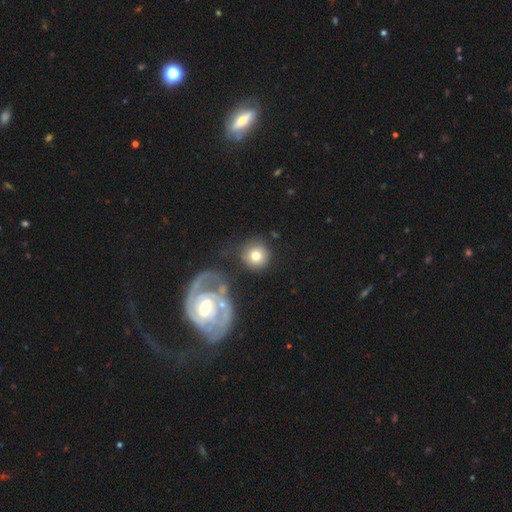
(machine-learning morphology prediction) Smooth or featured?
  - smooth: 72% *
  - featured or disk: 20%
  - star or artifact: 8%
How rounded?
  - round: 92% *
  - in between: 7%
  - cigar-shaped: 1%
Merging?
  - none: 70% *
  - minor disturbance: 12%
  - merger: 11%
  - major disturbance: 7%